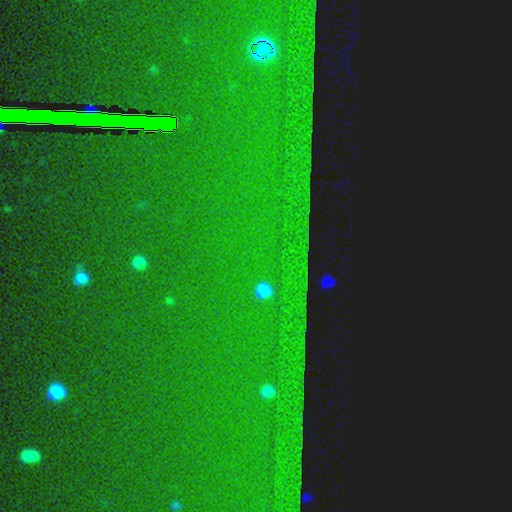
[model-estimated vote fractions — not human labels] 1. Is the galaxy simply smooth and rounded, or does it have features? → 87% star or artifact, 7% smooth, 6% featured or disk.